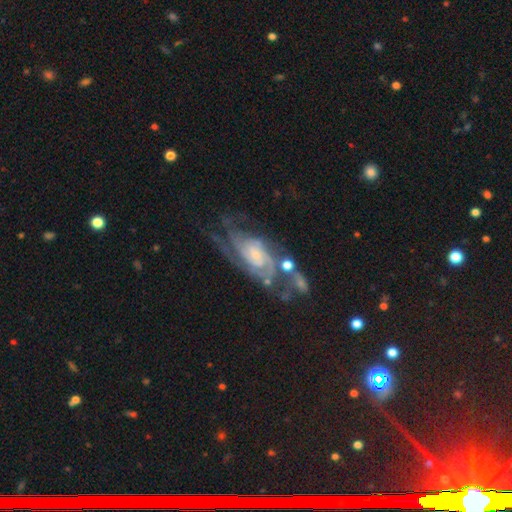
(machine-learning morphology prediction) Smooth or featured? featured or disk (89%)
Edge-on disk? no (96%)
Bar? no (64%)
Spiral arms? yes (97%)
Spiral winding? tight (60%)
Spiral arm count? 2 (30%)
Bulge size? small (68%)
Merging? none (46%)